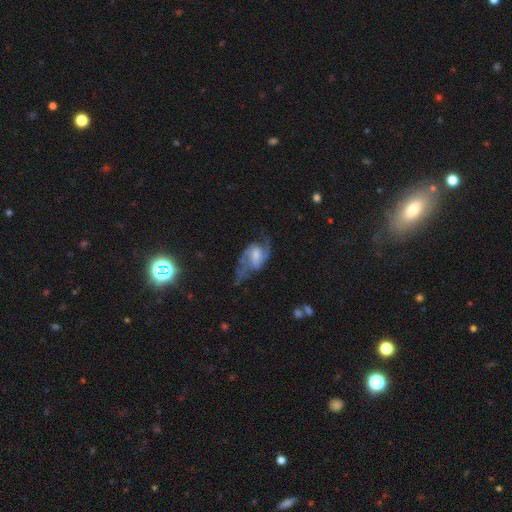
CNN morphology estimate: smooth-or-featured: featured or disk: 78% | smooth: 15% | star or artifact: 7%
  disk-edge-on: no: 96% | yes: 4%
    bar: weak: 48% | no: 36% | strong: 16%
    has-spiral-arms: yes: 90% | no: 10%
      spiral-winding: medium: 44% | loose: 41% | tight: 15%
      spiral-arm-count: 2: 78% | can't tell: 8% | 1: 6% | 3: 4% | 4: 2% | more than 4: 2%
    bulge-size: moderate: 38% | small: 22% | large: 21% | none: 16% | dominant: 2%
  merging: none: 44% | major disturbance: 31% | minor disturbance: 22% | merger: 3%